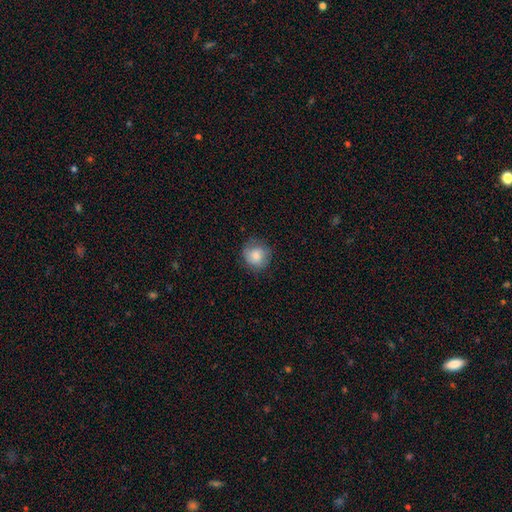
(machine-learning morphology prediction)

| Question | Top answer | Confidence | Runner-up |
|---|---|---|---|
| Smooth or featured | smooth | 79% | featured or disk (13%) |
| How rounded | round | 87% | in between (12%) |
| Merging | none | 75% | minor disturbance (18%) |